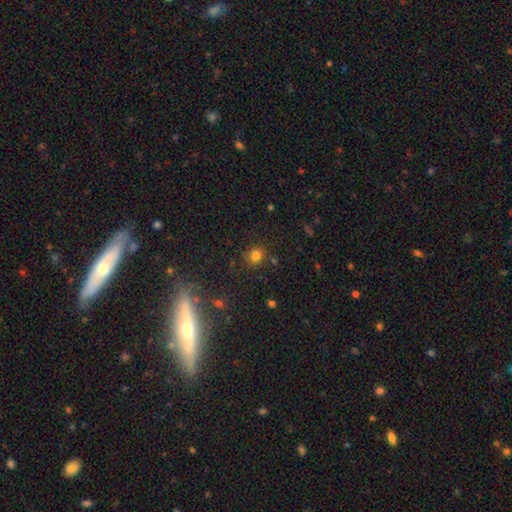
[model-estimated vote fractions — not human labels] Morphology: type=smooth (77%); roundness=round (87%); merging=none (83%).